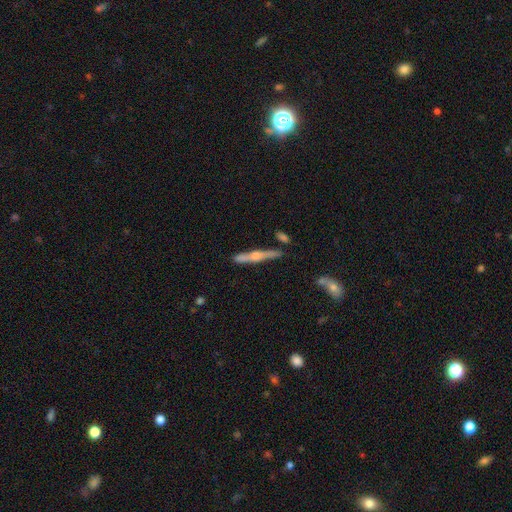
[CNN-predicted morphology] Smooth or featured? featured or disk (69%)
Edge-on disk? yes (96%)
Edge-on bulge? rounded (84%)
Merging? none (81%)